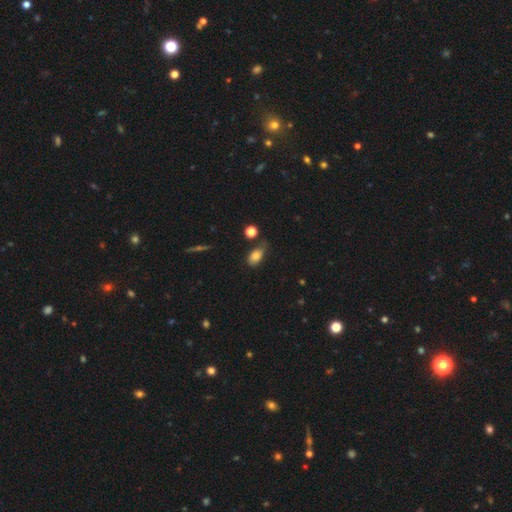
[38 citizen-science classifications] Smooth or featured? smooth (87%)
How rounded? in between (76%)
Merging? none (39%, tied with minor disturbance)